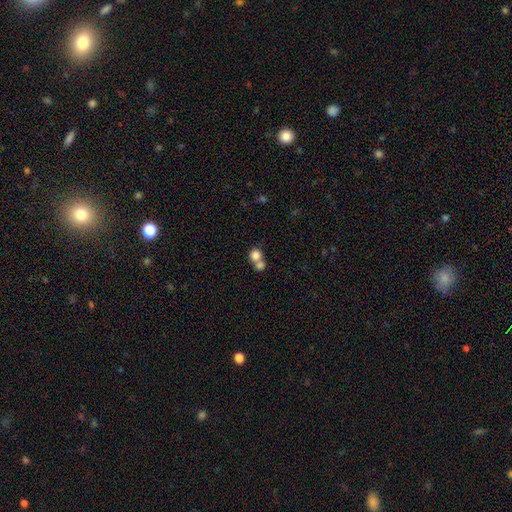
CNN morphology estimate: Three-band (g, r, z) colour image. It shows a smooth galaxy with no disk features (80%) that is round (81%). Merging: merger (58%).